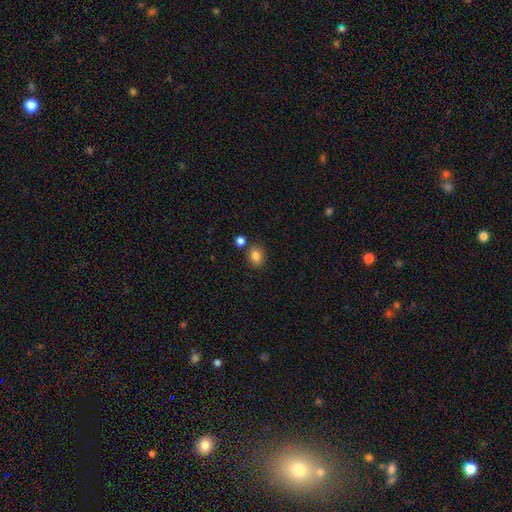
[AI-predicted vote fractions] The model was most divided on "how rounded": round: 56%, in between: 44%, cigar-shaped: 1%. More confident: smooth or featured — smooth (84%); merging — none (77%).